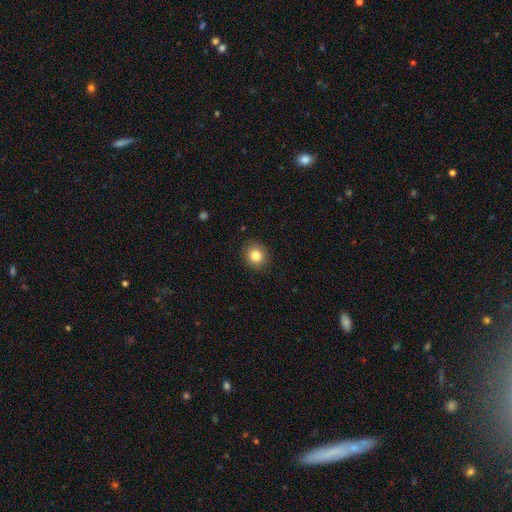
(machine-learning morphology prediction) Smooth or featured: smooth — 83% (star or artifact — 10%)
How rounded: round — 76% (in between — 23%)
Merging: none — 89% (minor disturbance — 8%)